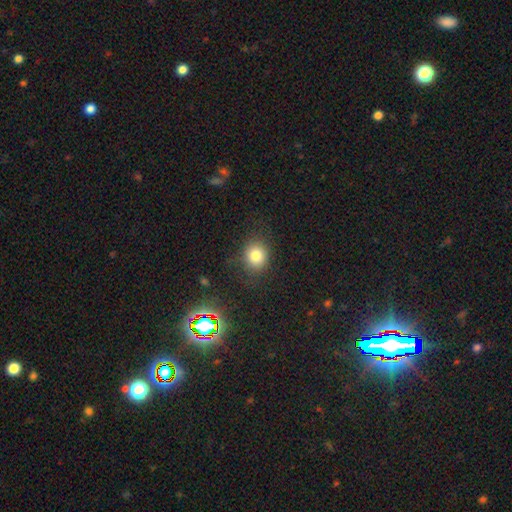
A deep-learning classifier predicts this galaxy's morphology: smooth 79%, star or artifact 13%, featured or disk 8%. Down the decision tree: how rounded — round (76%); merging — none (83%).